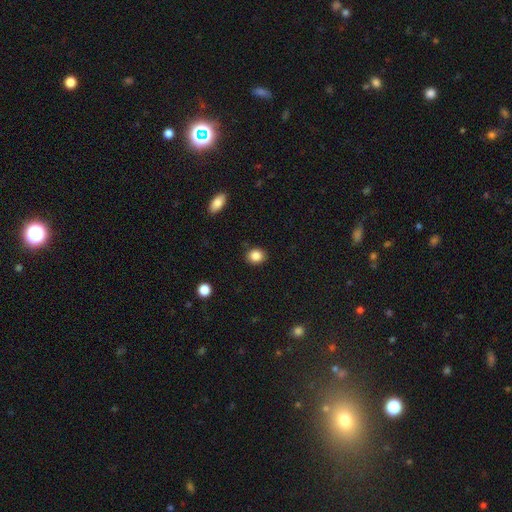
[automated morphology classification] Smooth or featured? Predicted: smooth (p=0.87). How rounded? Predicted: round (p=0.69). Merging? Predicted: none (p=0.88).